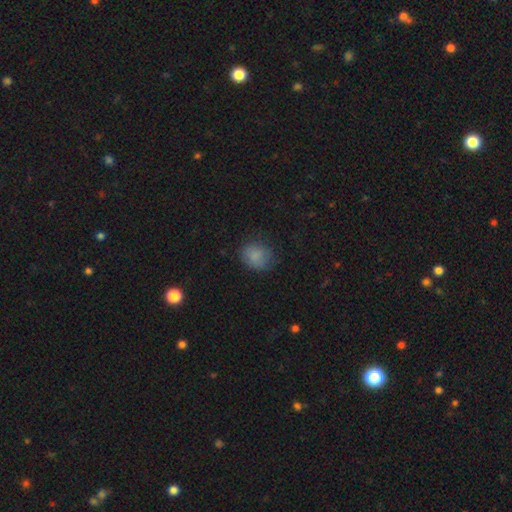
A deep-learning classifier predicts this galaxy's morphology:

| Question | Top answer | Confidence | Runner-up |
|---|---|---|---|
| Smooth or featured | smooth | 82% | star or artifact (10%) |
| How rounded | round | 69% | in between (30%) |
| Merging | none | 73% | minor disturbance (19%) |